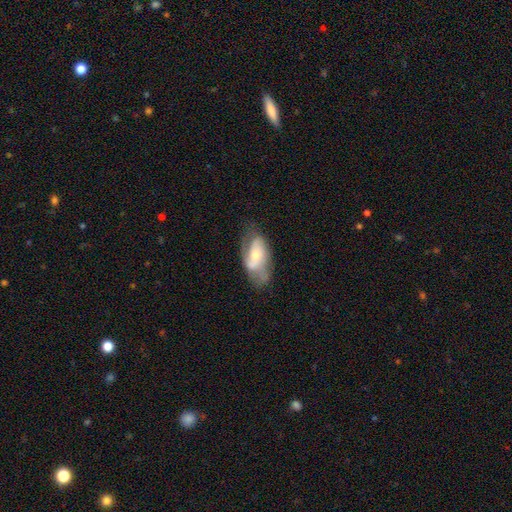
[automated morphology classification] Smooth or featured? featured or disk (57%)
Edge-on disk? no (92%)
Bar? no (58%)
Spiral arms? yes (71%)
Bulge size? moderate (47%)
Merging? none (49%)